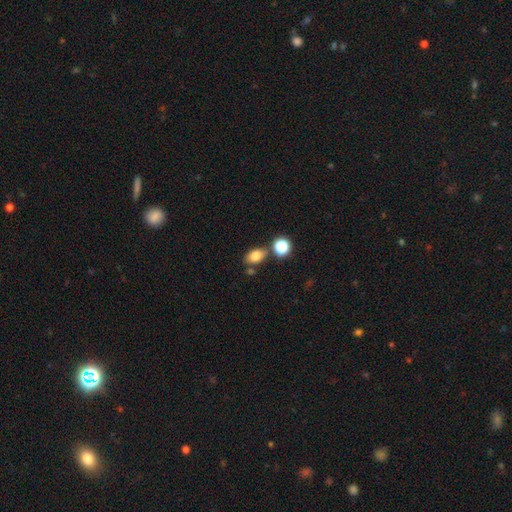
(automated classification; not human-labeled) smooth 80%, star or artifact 11%, featured or disk 9%. Down the decision tree: how rounded — in between (79%); merging — none (68%).